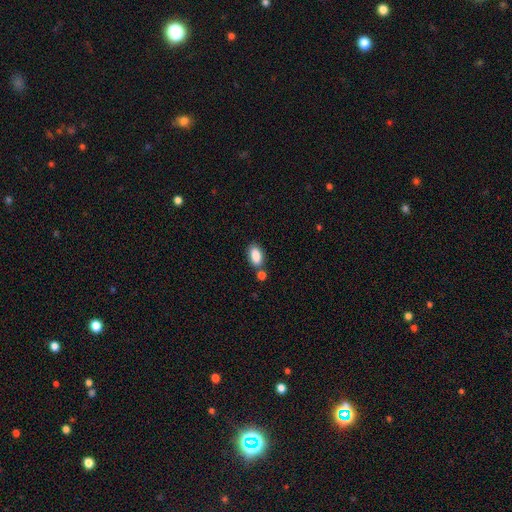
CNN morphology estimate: Smooth or featured: smooth — 87% (star or artifact — 8%)
How rounded: in between — 91% (round — 6%)
Merging: none — 69% (merger — 15%)